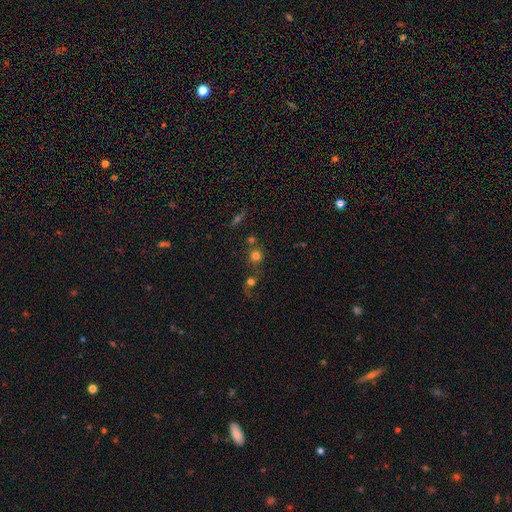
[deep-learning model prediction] Smooth or featured: smooth — 74% (star or artifact — 16%)
How rounded: round — 90% (in between — 9%)
Merging: none — 58% (merger — 28%)